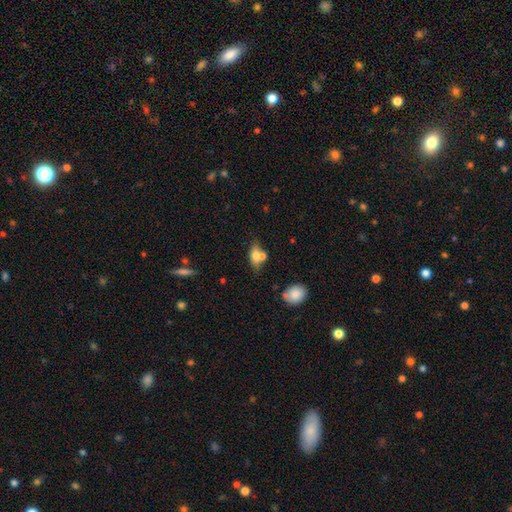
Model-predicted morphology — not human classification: A smooth galaxy with no disk features (67%) that is in between round and cigar-shaped (75%).

Vote fractions:
- Smooth or featured? smooth: 67% / featured or disk: 23% / star or artifact: 10%
- How rounded? in between: 75% / cigar-shaped: 15% / round: 10%
- Merging? none: 47% / merger: 32% / minor disturbance: 15% / major disturbance: 6%